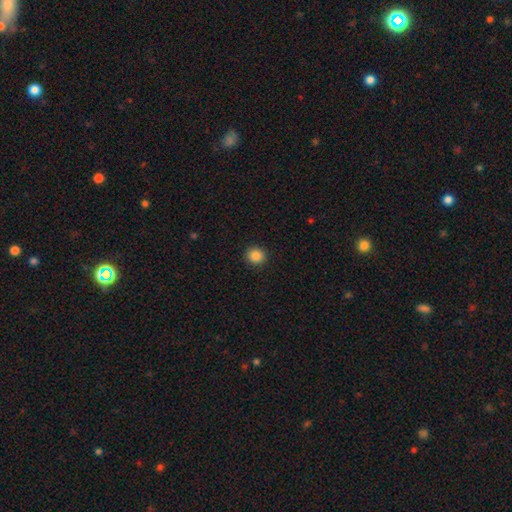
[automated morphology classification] Overall: smooth (87%). How rounded: round (88%). Merging: none (92%).